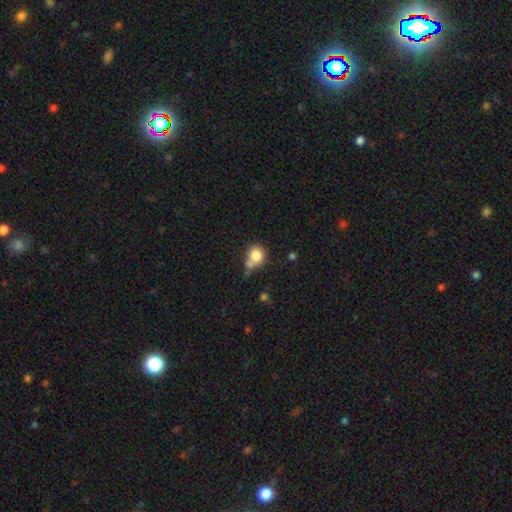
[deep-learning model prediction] smooth_or_featured: smooth (p=0.80) [alt: featured or disk p=0.10]
how_rounded: round (p=0.74) [alt: in between p=0.25]
merging: none (p=0.43) [alt: merger p=0.27]